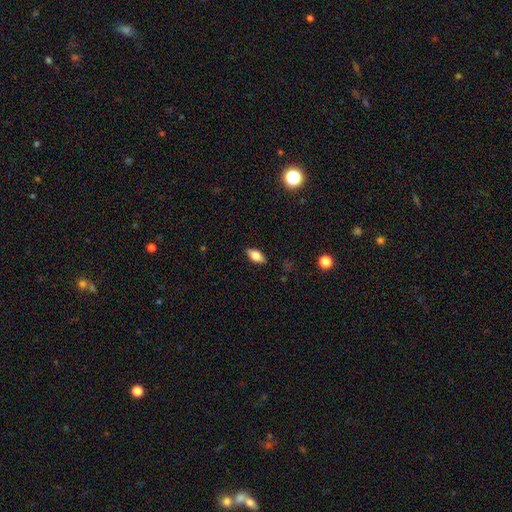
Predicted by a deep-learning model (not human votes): Smooth or featured? smooth (65%)
How rounded? in between (83%)
Merging? none (87%)